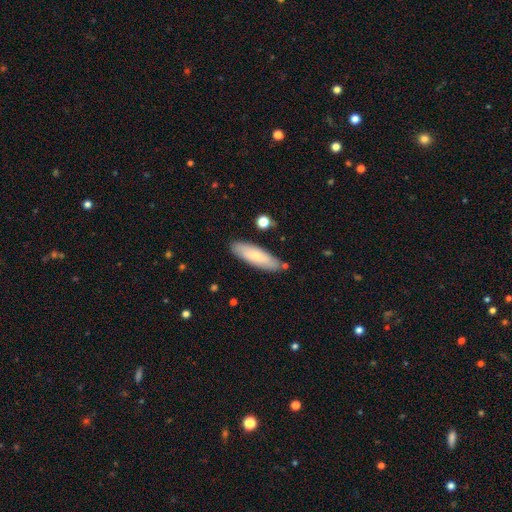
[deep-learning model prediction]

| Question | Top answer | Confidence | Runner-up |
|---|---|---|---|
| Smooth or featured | smooth | 72% | featured or disk (23%) |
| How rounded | cigar-shaped | 56% | in between (42%) |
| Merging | none | 84% | minor disturbance (11%) |